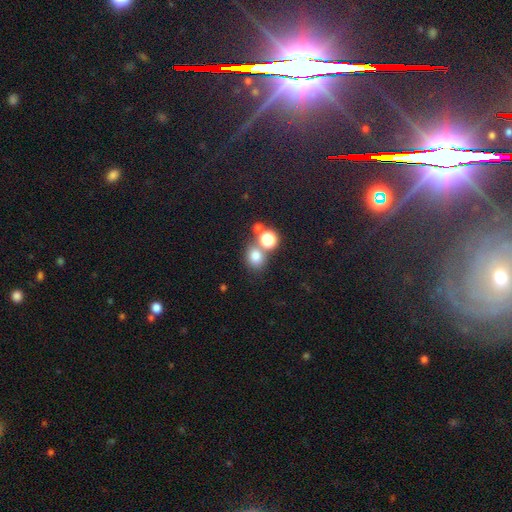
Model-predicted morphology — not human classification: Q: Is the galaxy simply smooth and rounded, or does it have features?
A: smooth — 75%.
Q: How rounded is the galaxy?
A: round — 68%.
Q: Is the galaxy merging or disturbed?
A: none — 56%.